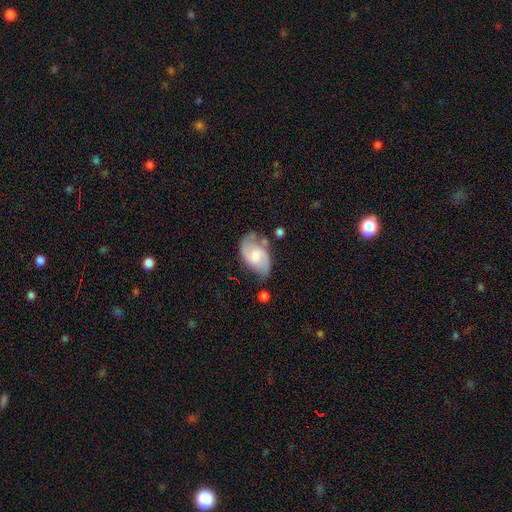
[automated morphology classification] Smooth or featured?
  - featured or disk: 71% *
  - smooth: 23%
  - star or artifact: 6%
Edge-on disk?
  - no: 97% *
  - yes: 3%
Bar?
  - weak: 49% *
  - no: 40%
  - strong: 11%
Spiral arms?
  - yes: 91% *
  - no: 9%
Spiral winding?
  - medium: 47% *
  - loose: 37%
  - tight: 17%
Spiral arm count?
  - 2: 87% *
  - can't tell: 7%
  - 1: 3%
  - 3: 1%
  - 4: 1%
  - more than 4: 1%
Bulge size?
  - moderate: 46% *
  - small: 36%
  - none: 8%
  - large: 8%
  - dominant: 2%
Merging?
  - none: 57% *
  - minor disturbance: 26%
  - major disturbance: 10%
  - merger: 8%